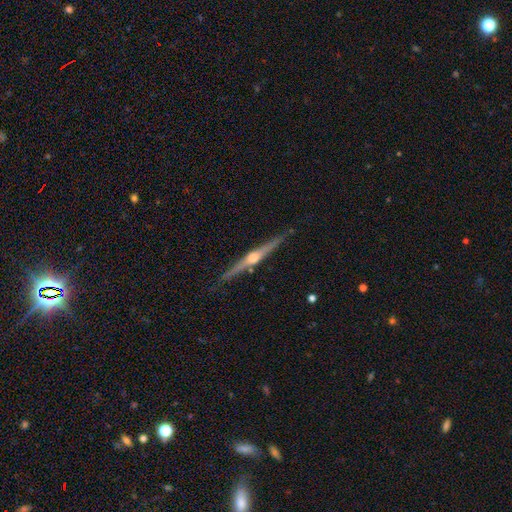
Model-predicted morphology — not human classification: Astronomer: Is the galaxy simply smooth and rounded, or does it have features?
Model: featured or disk — 86%.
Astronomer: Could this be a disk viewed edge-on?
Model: yes — 99%.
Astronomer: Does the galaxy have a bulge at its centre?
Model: rounded — 90%.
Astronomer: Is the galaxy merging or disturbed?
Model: none — 91%.